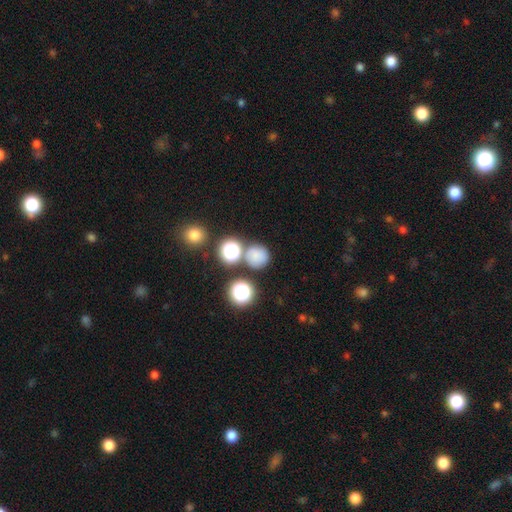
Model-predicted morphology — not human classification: Smooth or featured? smooth (73%)
How rounded? round (89%)
Merging? none (71%)